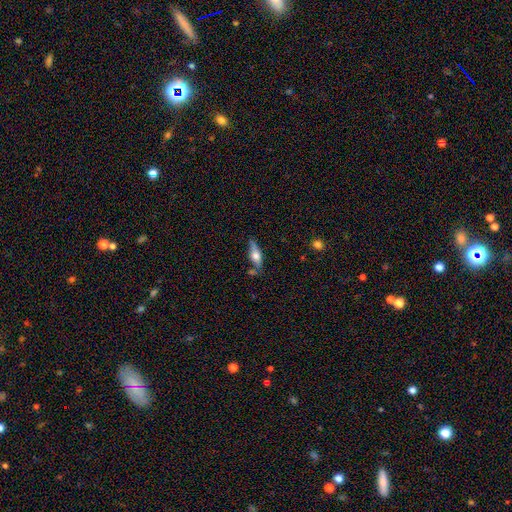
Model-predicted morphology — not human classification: Overall: smooth (47%; featured or disk 46%). Merging: none (62%).